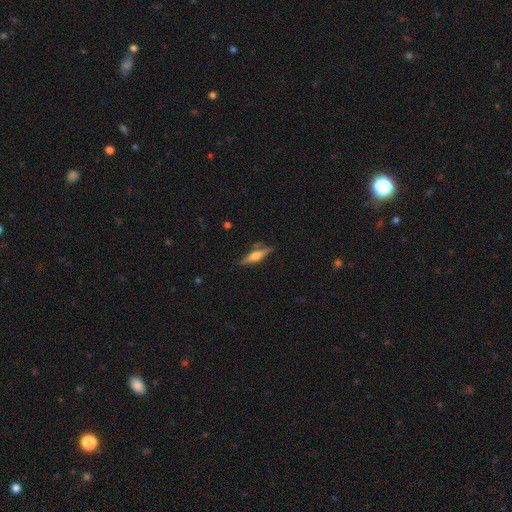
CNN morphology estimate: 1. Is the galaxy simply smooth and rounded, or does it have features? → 56% featured or disk, 37% smooth, 7% star or artifact.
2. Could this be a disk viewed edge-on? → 94% yes, 6% no.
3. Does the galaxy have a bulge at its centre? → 88% rounded, 8% boxy, 4% none.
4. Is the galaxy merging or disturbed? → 79% none, 15% minor disturbance, 4% major disturbance, 3% merger.